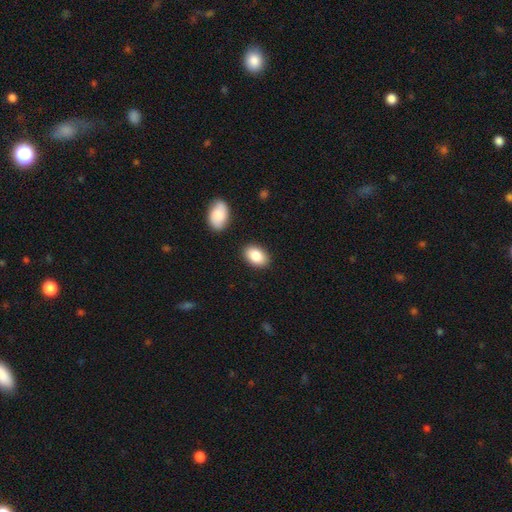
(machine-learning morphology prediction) Smooth or featured?
  - smooth: 86% *
  - star or artifact: 7%
  - featured or disk: 7%
How rounded?
  - in between: 89% *
  - round: 9%
  - cigar-shaped: 1%
Merging?
  - none: 85% *
  - minor disturbance: 9%
  - merger: 3%
  - major disturbance: 2%